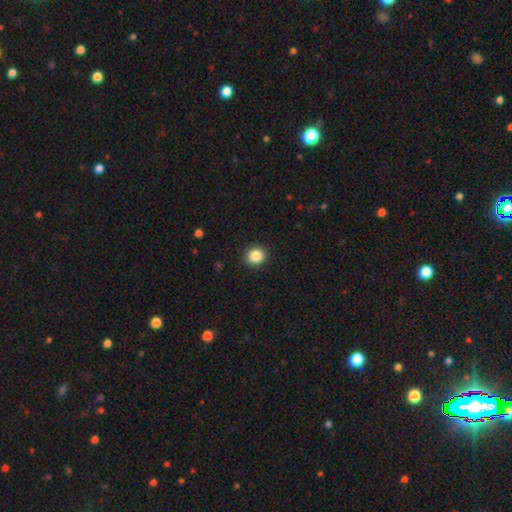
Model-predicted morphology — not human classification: smooth 86%, star or artifact 10%, featured or disk 4%. Down the decision tree: how rounded — round (85%); merging — none (92%).